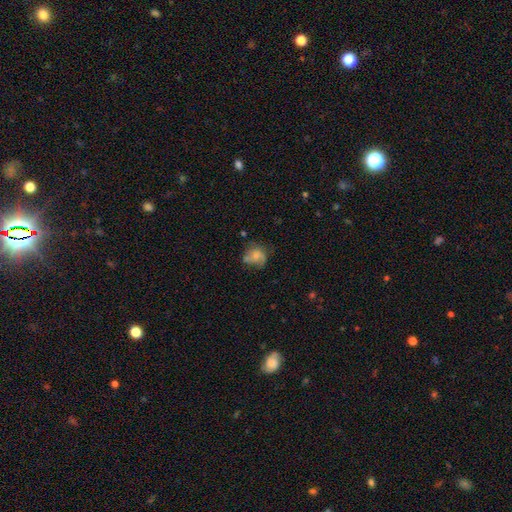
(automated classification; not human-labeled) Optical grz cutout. It shows a smooth galaxy with no disk features (61%) that is round (67%). Merging: none (44%).